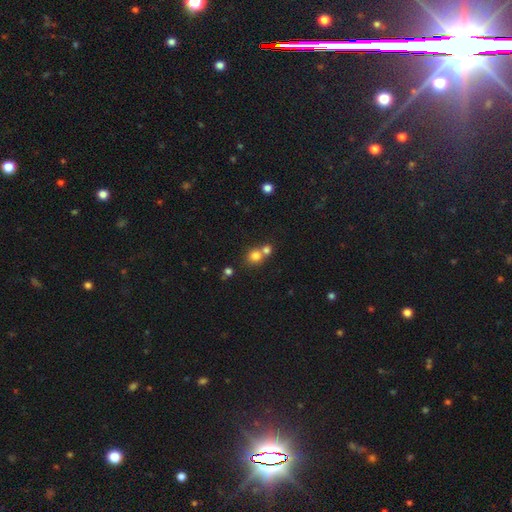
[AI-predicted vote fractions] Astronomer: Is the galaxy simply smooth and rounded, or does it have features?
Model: smooth — 78%.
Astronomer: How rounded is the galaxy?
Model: round — 81%.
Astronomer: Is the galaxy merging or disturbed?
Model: merger — 46% (runner-up: none, 45%).